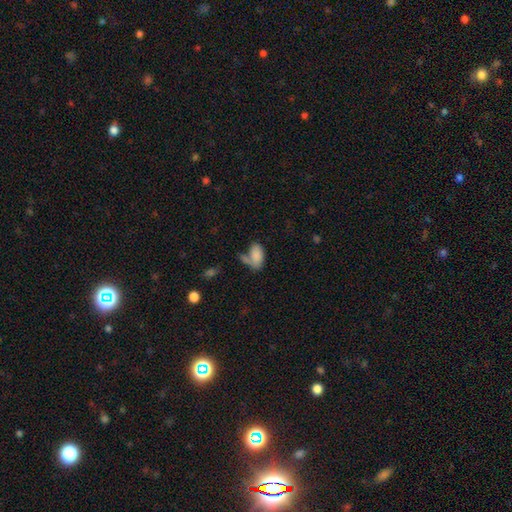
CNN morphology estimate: type=smooth (82%); roundness=in between (93%); merging=none (41%).